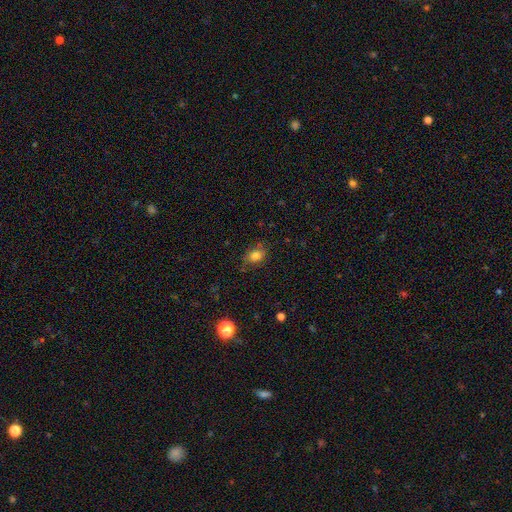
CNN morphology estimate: This appears to be a smooth galaxy with no disk features (81%) that is in between round and cigar-shaped (62%). Merging: none (74%).